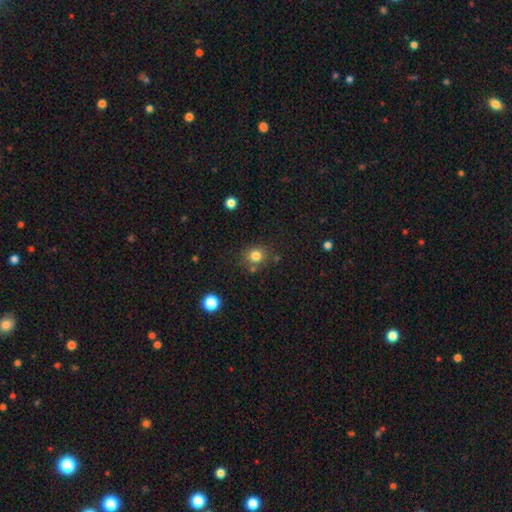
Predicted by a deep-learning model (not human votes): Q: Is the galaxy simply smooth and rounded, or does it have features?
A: smooth — 80%.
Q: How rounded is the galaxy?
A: round — 83%.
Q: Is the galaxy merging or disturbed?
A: none — 76%.